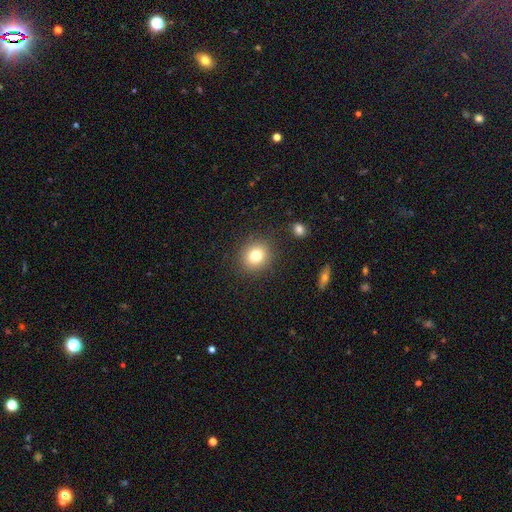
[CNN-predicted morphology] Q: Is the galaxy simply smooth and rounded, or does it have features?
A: smooth — 79%.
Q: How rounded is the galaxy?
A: round — 83%.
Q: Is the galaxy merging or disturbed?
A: none — 88%.